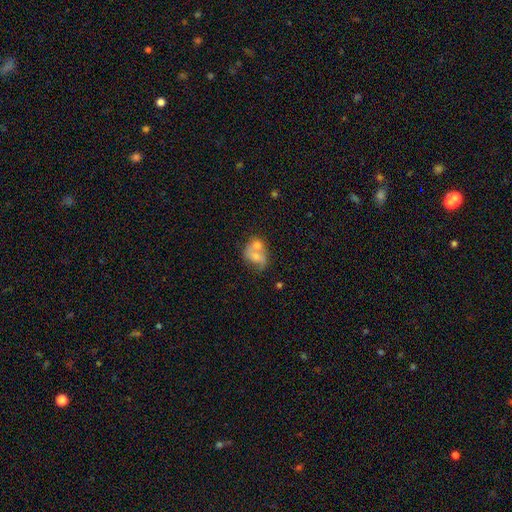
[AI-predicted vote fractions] Smooth or featured? featured or disk (48%)
Merging? merger (55%)